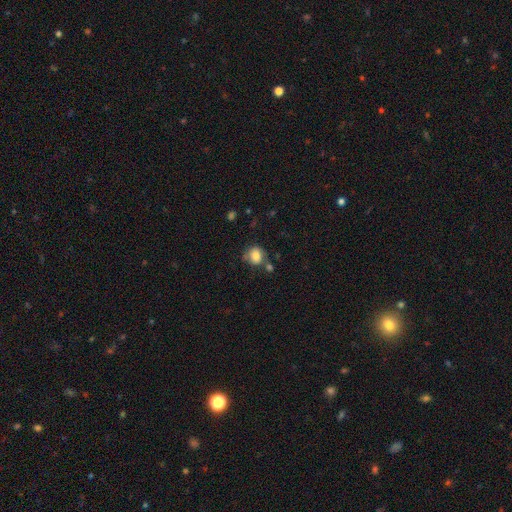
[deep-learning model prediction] Smooth or featured: smooth — 79% (featured or disk — 11%)
How rounded: round — 66% (in between — 33%)
Merging: none — 58% (minor disturbance — 19%)